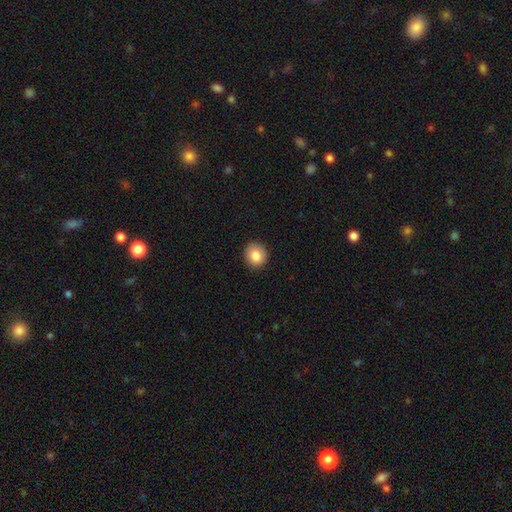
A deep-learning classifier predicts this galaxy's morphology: smooth 85%, star or artifact 9%, featured or disk 6%. Down the decision tree: how rounded — round (81%); merging — none (90%).